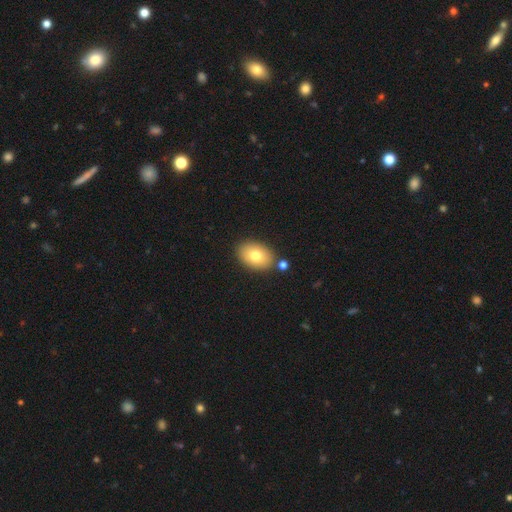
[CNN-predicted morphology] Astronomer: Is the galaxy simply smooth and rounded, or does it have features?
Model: smooth — 76%.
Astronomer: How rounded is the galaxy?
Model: in between — 82%.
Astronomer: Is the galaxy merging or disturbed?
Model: none — 82%.